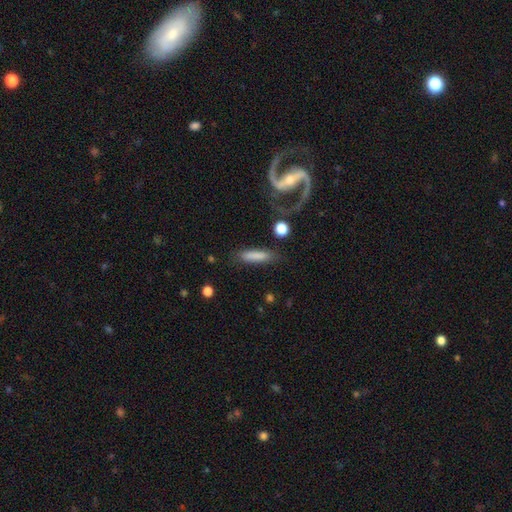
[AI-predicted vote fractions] This is likely a smooth galaxy (80%). How rounded: likely cigar-shaped (76%). Merging: likely none (76%).